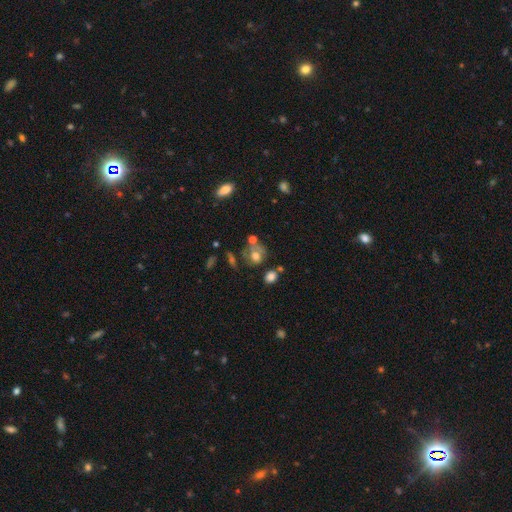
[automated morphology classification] This appears to be a smooth galaxy with no disk features (56%) that is round (66%). Merging: none (43%).